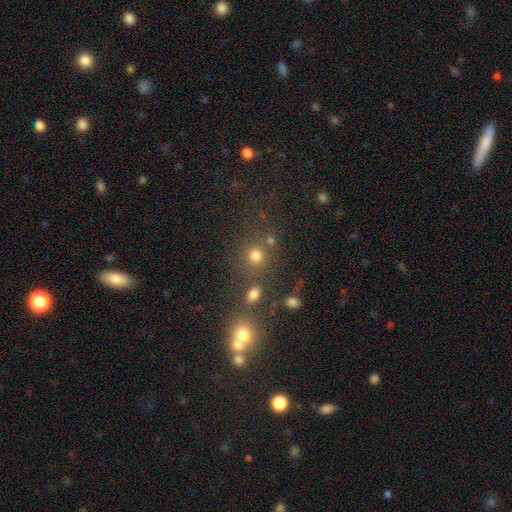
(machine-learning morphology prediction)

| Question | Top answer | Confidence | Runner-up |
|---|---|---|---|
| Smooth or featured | smooth | 72% | star or artifact (21%) |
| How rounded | round | 87% | in between (12%) |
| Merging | none | 70% | merger (15%) |